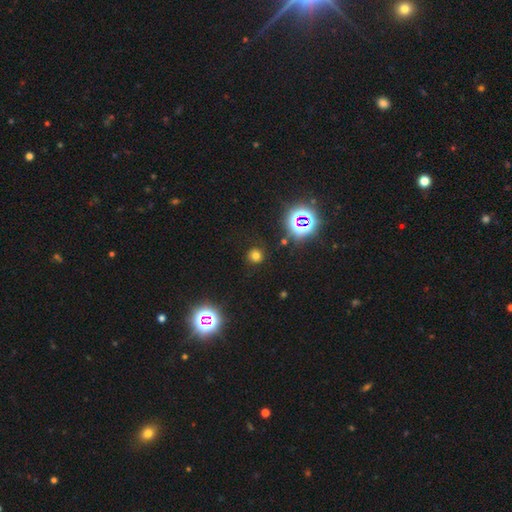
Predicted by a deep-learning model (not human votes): Smooth or featured: smooth — 67% (star or artifact — 27%)
How rounded: round — 90% (in between — 9%)
Merging: none — 86% (minor disturbance — 8%)